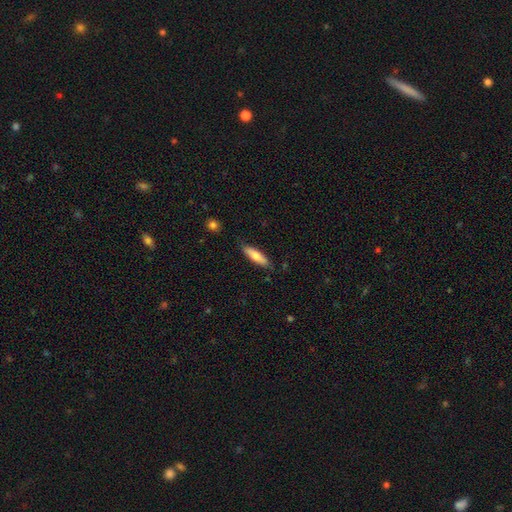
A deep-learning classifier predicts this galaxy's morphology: Smooth or featured?
  - smooth: 72% *
  - featured or disk: 22%
  - star or artifact: 6%
How rounded?
  - cigar-shaped: 66% *
  - in between: 32%
  - round: 2%
Merging?
  - none: 82% *
  - minor disturbance: 14%
  - major disturbance: 2%
  - merger: 1%